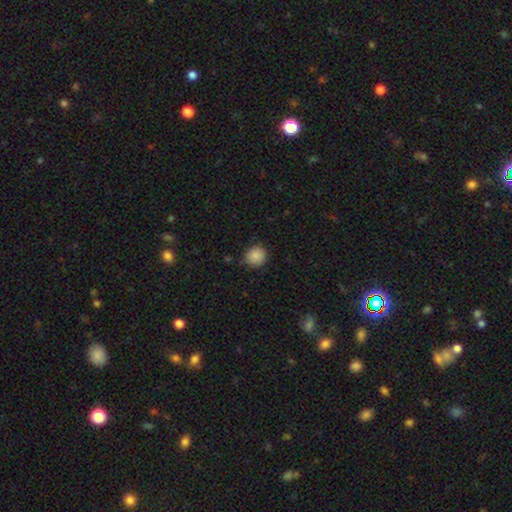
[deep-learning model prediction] This appears to be a smooth galaxy with no disk features (87%) that is round (90%). Merging: none (79%).